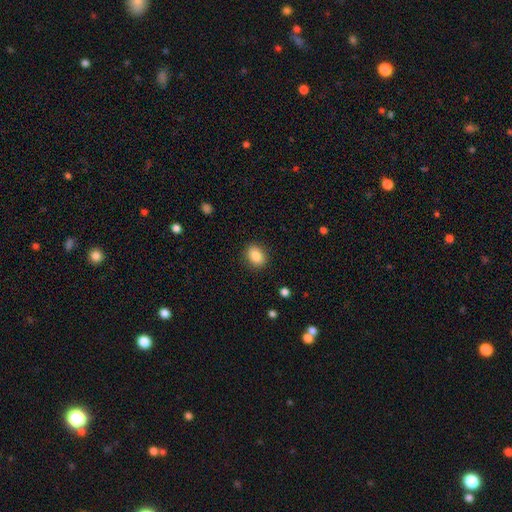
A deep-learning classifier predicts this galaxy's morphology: The model was most divided on "how rounded": in between: 59%, round: 40%, cigar-shaped: 1%. More confident: merging — none (88%); smooth or featured — smooth (85%).